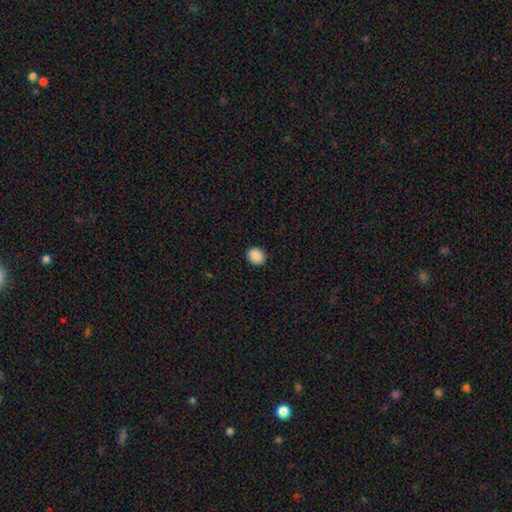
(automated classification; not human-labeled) Morphology: type=smooth (89%); roundness=round (69%); merging=none (90%).